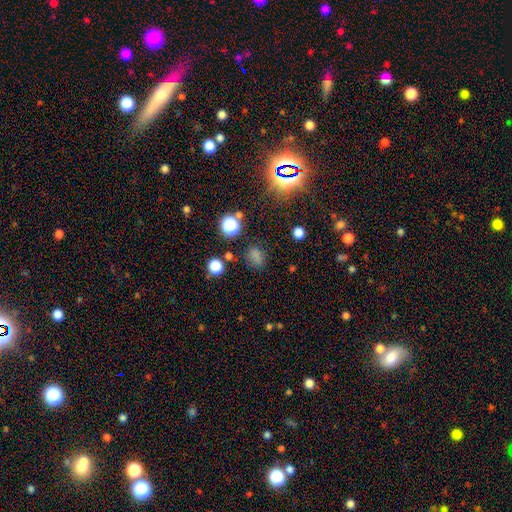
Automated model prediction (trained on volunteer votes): The model was most divided on "how rounded": in between: 50%, round: 48%, cigar-shaped: 2%. More confident: merging — none (74%); smooth or featured — smooth (69%).